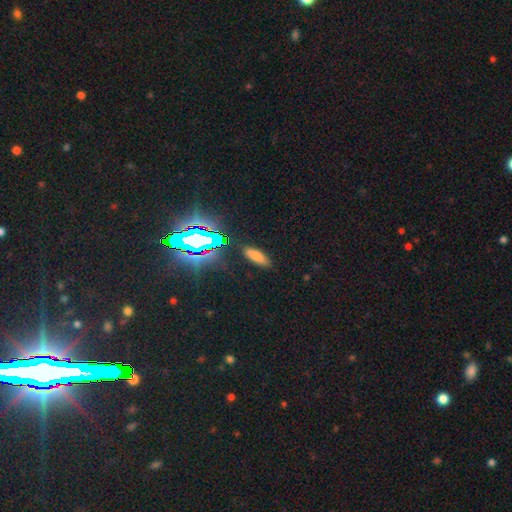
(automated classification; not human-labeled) Overall: smooth (67%). How rounded: in between (62%; cigar-shaped 34%). Merging: none (86%).